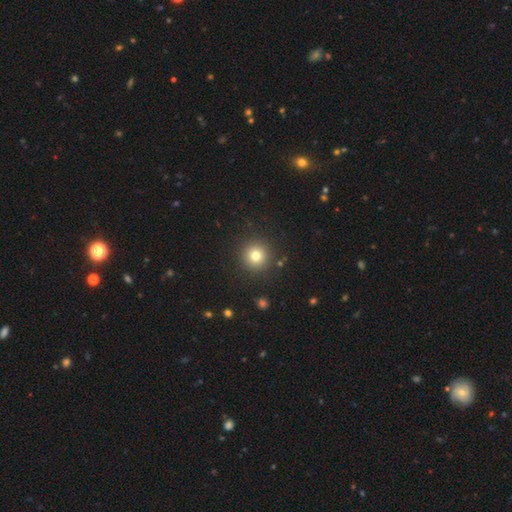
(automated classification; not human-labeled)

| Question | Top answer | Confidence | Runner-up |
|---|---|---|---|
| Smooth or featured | smooth | 78% | star or artifact (14%) |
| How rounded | round | 95% | in between (4%) |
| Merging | none | 91% | minor disturbance (5%) |